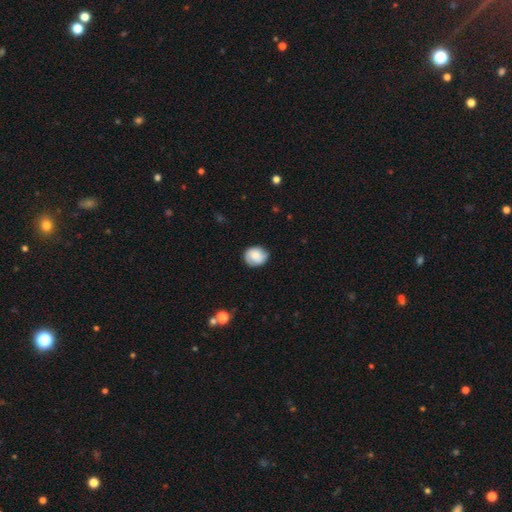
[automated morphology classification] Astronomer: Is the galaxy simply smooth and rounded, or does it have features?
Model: smooth — 75%.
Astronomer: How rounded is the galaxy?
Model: round — 69%.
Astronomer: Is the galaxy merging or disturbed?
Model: none — 79%.